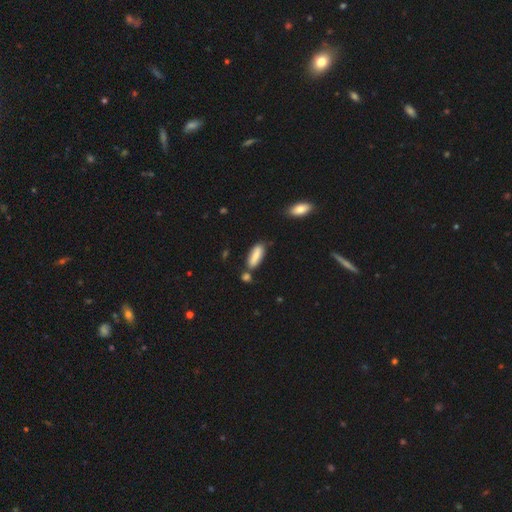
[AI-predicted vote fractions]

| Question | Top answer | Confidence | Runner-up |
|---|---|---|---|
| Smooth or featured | smooth | 81% | featured or disk (12%) |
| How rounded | in between | 57% | cigar-shaped (41%) |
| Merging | none | 69% | minor disturbance (15%) |